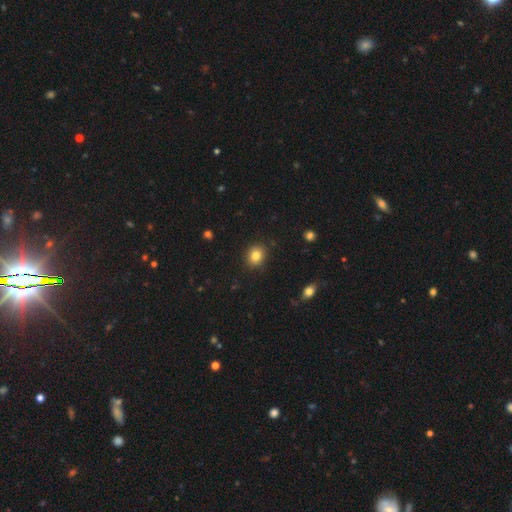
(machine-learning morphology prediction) Smooth or featured?
  - smooth: 83% *
  - star or artifact: 11%
  - featured or disk: 7%
How rounded?
  - round: 68% *
  - in between: 31%
  - cigar-shaped: 1%
Merging?
  - none: 89% *
  - minor disturbance: 8%
  - major disturbance: 2%
  - merger: 1%